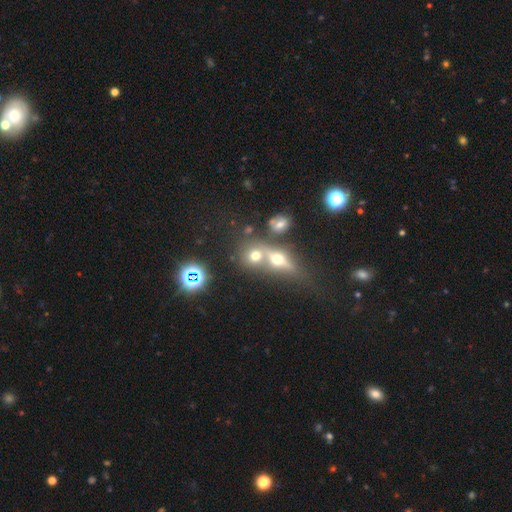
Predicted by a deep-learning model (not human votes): The model was most divided on "merging": merger: 45%, none: 42%, minor disturbance: 8%, major disturbance: 5%. More confident: how rounded — round (71%); smooth or featured — smooth (58%).